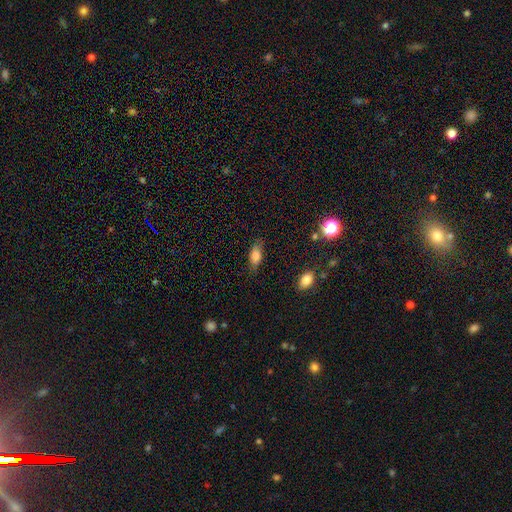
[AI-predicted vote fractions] This is likely a smooth galaxy (80%). How rounded: clearly in between (82%). Merging: likely none (76%).